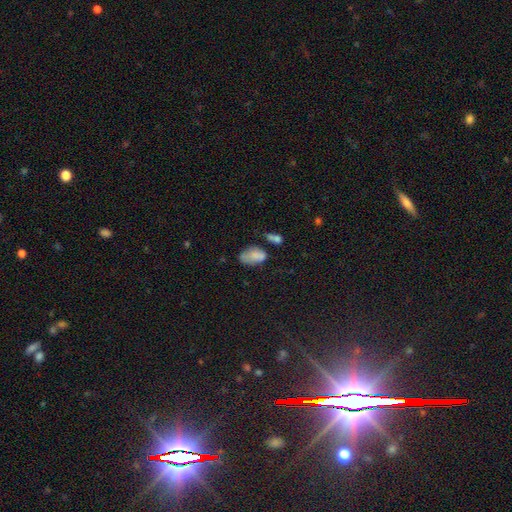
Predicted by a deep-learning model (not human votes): A smooth galaxy with no disk features (74%) that is in between round and cigar-shaped (90%).

Vote fractions:
- Smooth or featured? smooth: 74% / featured or disk: 15% / star or artifact: 11%
- How rounded? in between: 90% / round: 8% / cigar-shaped: 2%
- Merging? none: 40% / minor disturbance: 29% / merger: 16% / major disturbance: 15%